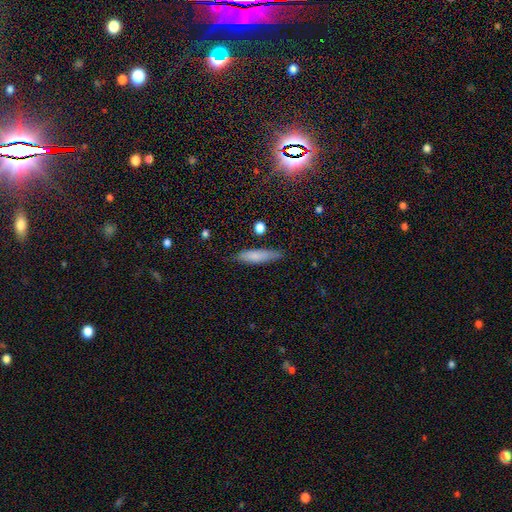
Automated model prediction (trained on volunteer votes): This is likely a smooth galaxy (76%). How rounded: likely cigar-shaped (72%). Merging: likely none (80%).